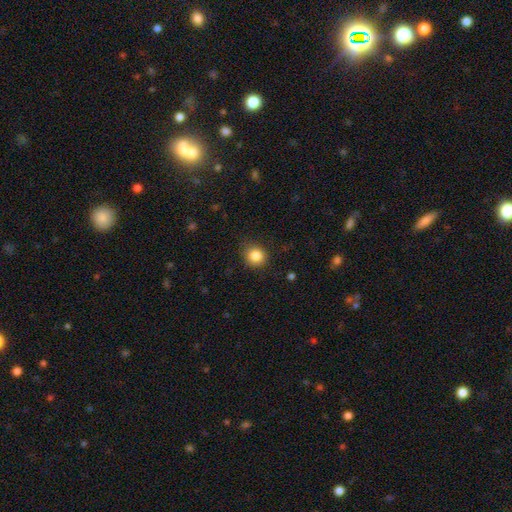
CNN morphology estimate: smooth_or_featured: smooth (p=0.85) [alt: star or artifact p=0.10]
how_rounded: round (p=0.83) [alt: in between p=0.16]
merging: none (p=0.83) [alt: minor disturbance p=0.13]